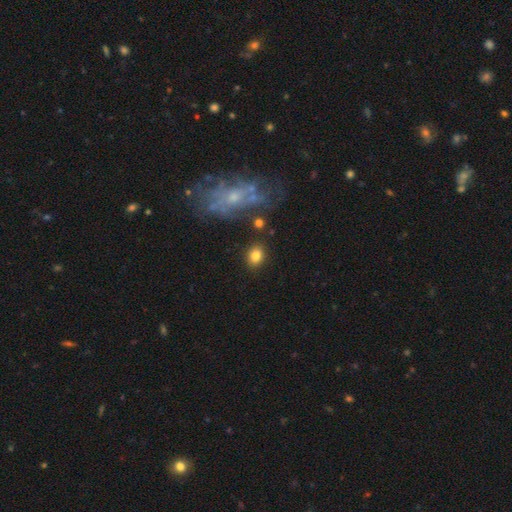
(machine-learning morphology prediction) The model was most divided on "how rounded": in between: 53%, round: 45%, cigar-shaped: 1%. More confident: merging — none (83%); smooth or featured — smooth (81%).